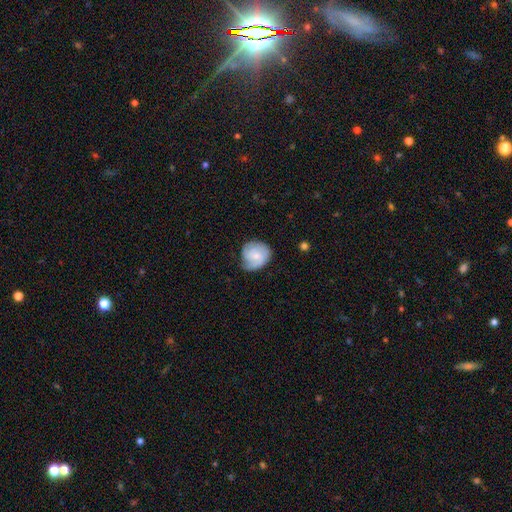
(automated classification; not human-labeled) Smooth or featured: smooth — 50% (featured or disk — 44%)
Merging: none — 62% (minor disturbance — 29%)